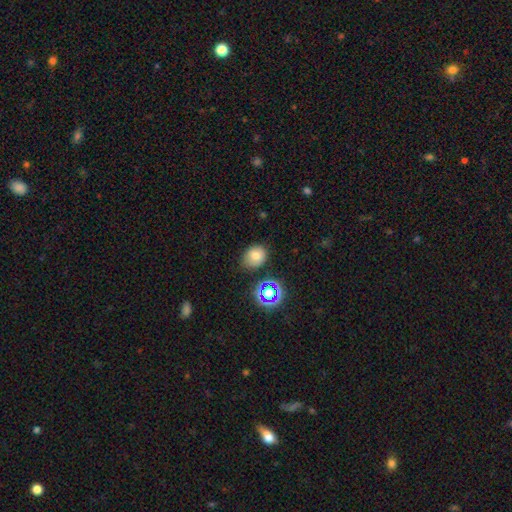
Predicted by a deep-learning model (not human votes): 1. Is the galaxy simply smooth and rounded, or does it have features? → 73% smooth, 16% star or artifact, 10% featured or disk.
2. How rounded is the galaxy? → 56% in between, 43% round, 1% cigar-shaped.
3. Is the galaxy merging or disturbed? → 74% none, 18% minor disturbance, 4% major disturbance, 4% merger.